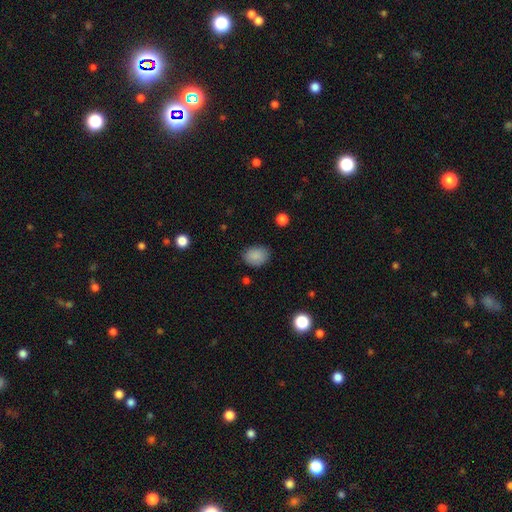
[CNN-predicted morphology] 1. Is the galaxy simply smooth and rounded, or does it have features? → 87% smooth, 9% star or artifact, 4% featured or disk.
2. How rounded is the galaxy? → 61% in between, 38% round, 1% cigar-shaped.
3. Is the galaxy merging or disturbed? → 82% none, 14% minor disturbance, 3% major disturbance, 1% merger.